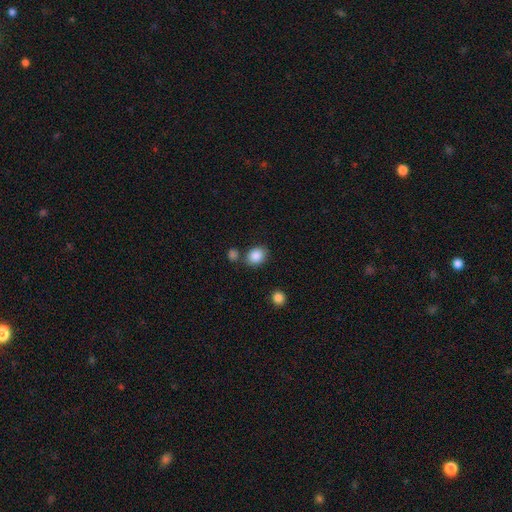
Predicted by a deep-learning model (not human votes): smooth 88%, star or artifact 8%, featured or disk 4%. Down the decision tree: how rounded — round (54%); merging — none (71%).